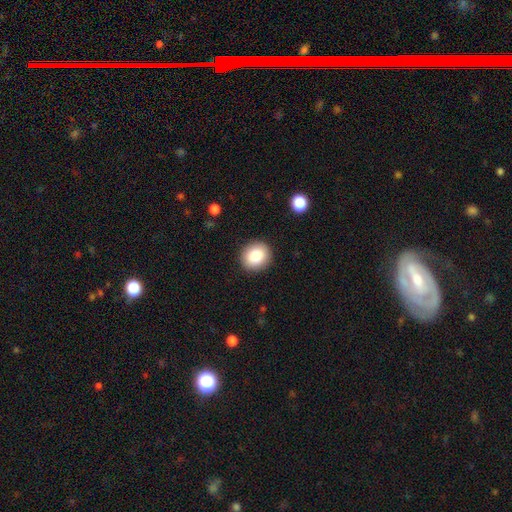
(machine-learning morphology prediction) Overall: smooth (84%). How rounded: round (77%). Merging: none (91%).